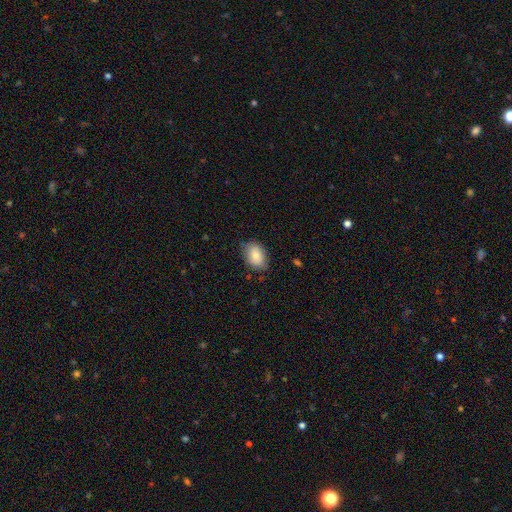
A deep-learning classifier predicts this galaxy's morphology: The model was most divided on "merging": none: 76%, minor disturbance: 19%, major disturbance: 3%, merger: 1%. More confident: how rounded — in between (83%); smooth or featured — smooth (79%).